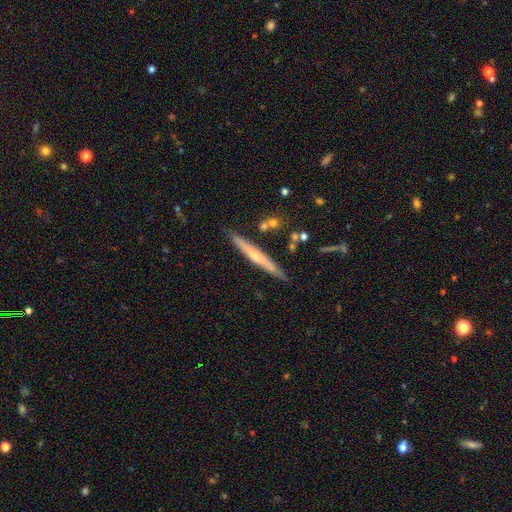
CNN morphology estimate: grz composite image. It shows a featured or disk galaxy (57%) viewed edge-on (94%) with a rounded central bulge (53%). Merging: none (83%).